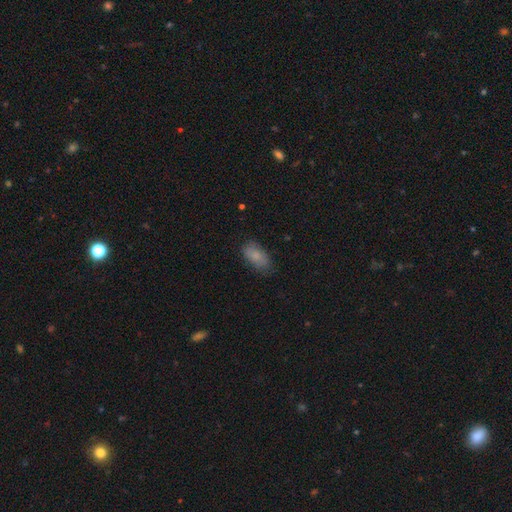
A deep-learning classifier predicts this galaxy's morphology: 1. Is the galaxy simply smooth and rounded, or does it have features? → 82% smooth, 11% featured or disk, 7% star or artifact.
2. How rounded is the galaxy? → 91% in between, 5% cigar-shaped, 4% round.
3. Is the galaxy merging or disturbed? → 73% none, 21% minor disturbance, 5% major disturbance, 1% merger.